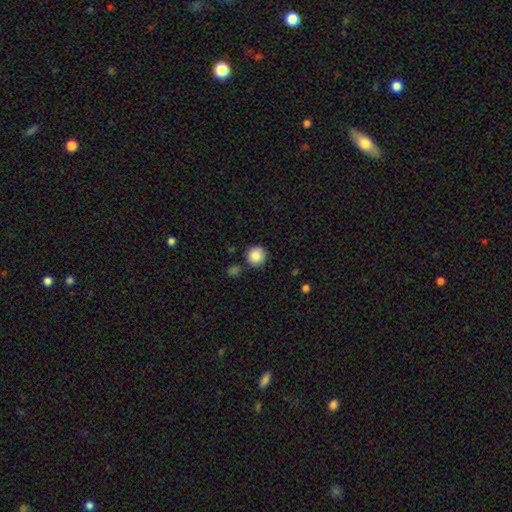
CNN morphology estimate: This is clearly a smooth galaxy (87%). How rounded: clearly round (93%). Merging: clearly none (84%).